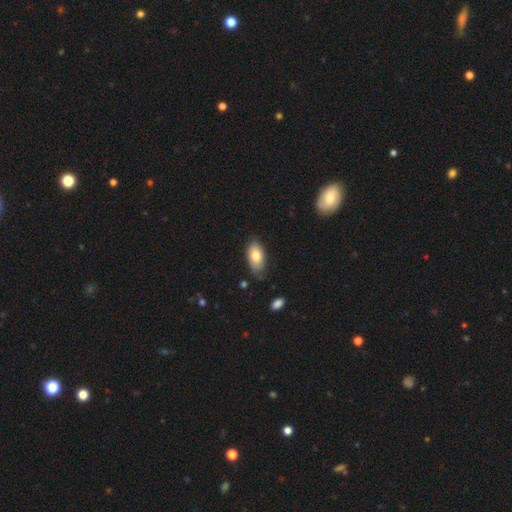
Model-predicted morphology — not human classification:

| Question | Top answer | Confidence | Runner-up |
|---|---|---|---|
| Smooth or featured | smooth | 79% | featured or disk (14%) |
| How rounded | in between | 93% | round (4%) |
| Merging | none | 71% | minor disturbance (23%) |